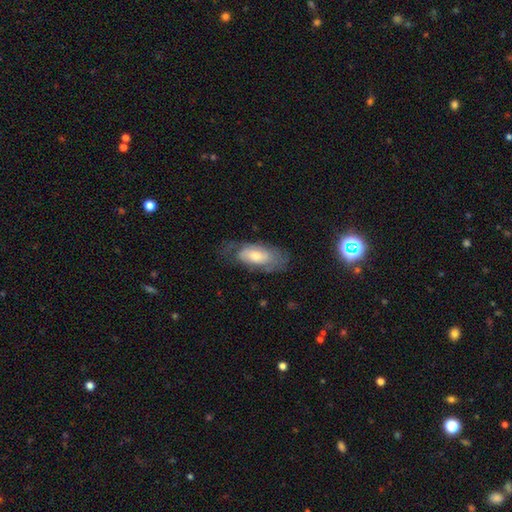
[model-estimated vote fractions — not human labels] Smooth or featured?
  - featured or disk: 50% *
  - smooth: 42%
  - star or artifact: 8%
Merging?
  - none: 58% *
  - minor disturbance: 25%
  - major disturbance: 16%
  - merger: 2%